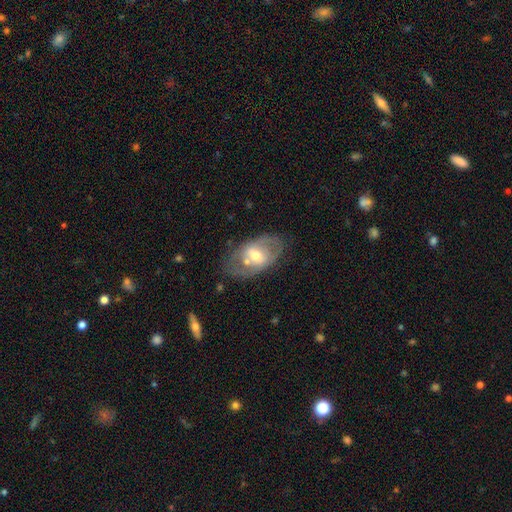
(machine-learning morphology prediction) featured or disk 61%, smooth 32%, star or artifact 7%. Down the decision tree: edge-on disk — no (92%); bar — no (41%); spiral arms — no (55%); bulge size — moderate (63%); merging — none (59%).